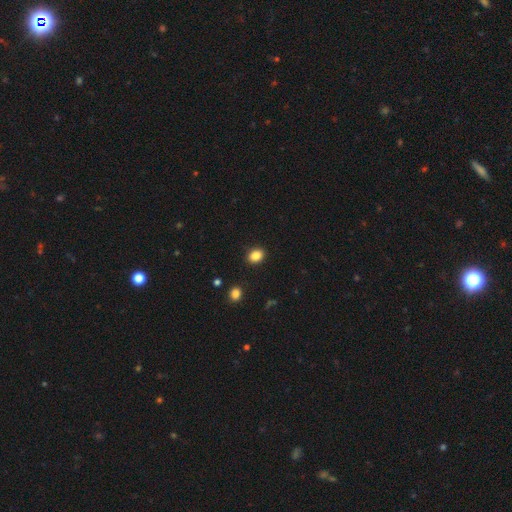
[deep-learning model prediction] smooth 86%, star or artifact 10%, featured or disk 4%. Down the decision tree: how rounded — in between (60%); merging — none (88%).